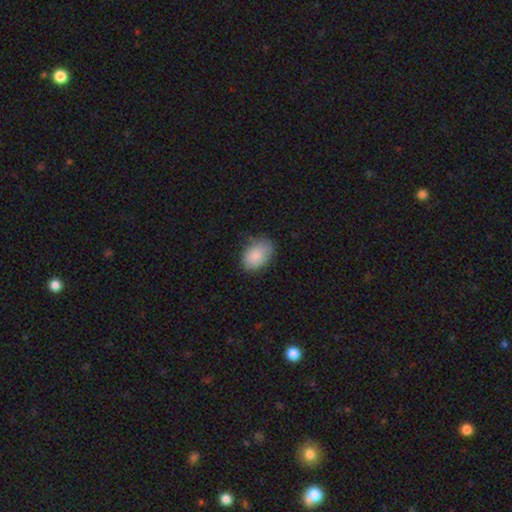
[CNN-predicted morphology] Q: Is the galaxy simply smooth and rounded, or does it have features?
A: smooth — 86%.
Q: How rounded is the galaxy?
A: in between — 80%.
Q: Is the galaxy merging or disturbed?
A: none — 73%.